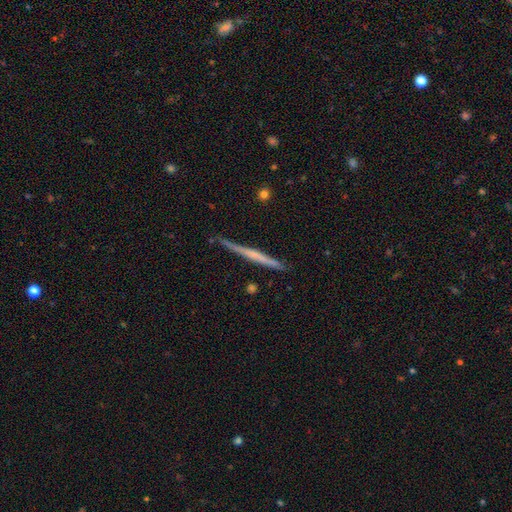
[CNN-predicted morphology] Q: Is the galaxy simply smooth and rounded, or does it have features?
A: featured or disk — 62%.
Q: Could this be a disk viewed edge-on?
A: yes — 98%.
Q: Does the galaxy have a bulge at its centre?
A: none — 69%.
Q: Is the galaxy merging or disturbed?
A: none — 86%.